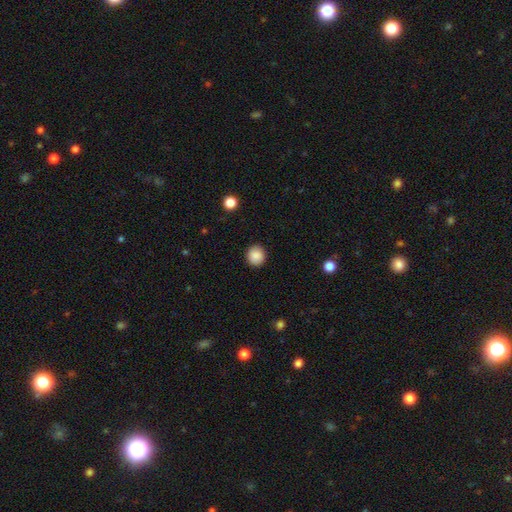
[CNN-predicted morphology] A smooth galaxy with no disk features (88%) that is round (89%).

Vote fractions:
- Smooth or featured? smooth: 88% / star or artifact: 9% / featured or disk: 3%
- How rounded? round: 89% / in between: 10% / cigar-shaped: 1%
- Merging? none: 91% / minor disturbance: 6% / major disturbance: 2% / merger: 1%